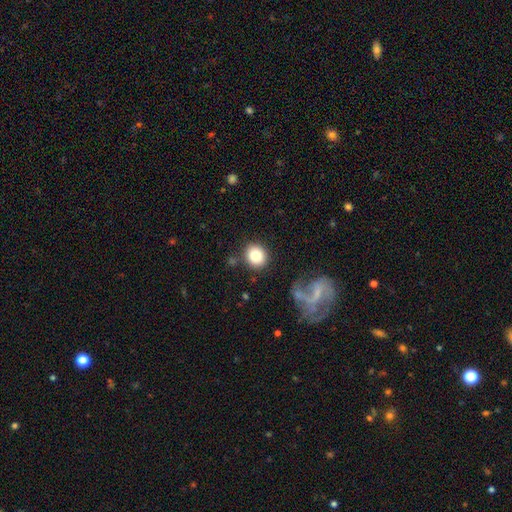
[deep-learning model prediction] This appears to be a smooth galaxy with no disk features (82%) that is round (82%). Merging: none (82%).